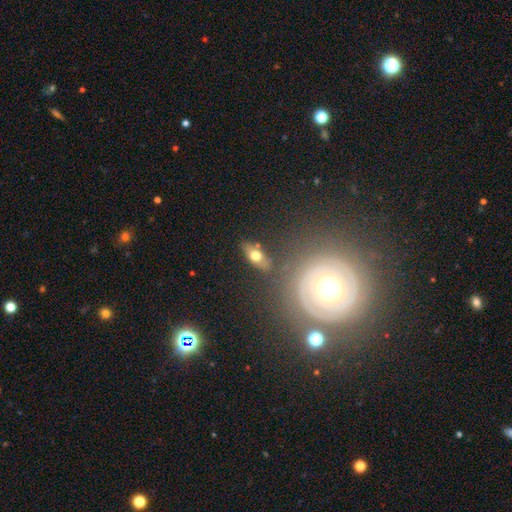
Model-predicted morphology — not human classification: Overall: smooth (59%; featured or disk 31%). How rounded: in between (76%). Merging: none (74%).